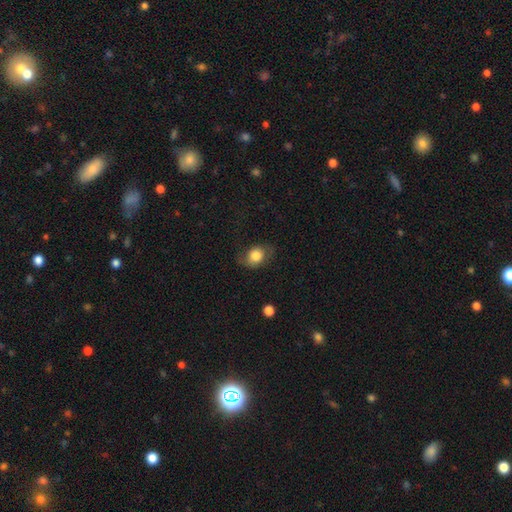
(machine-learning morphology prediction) smooth 74%, featured or disk 18%, star or artifact 8%. Down the decision tree: how rounded — in between (54%); merging — none (65%).